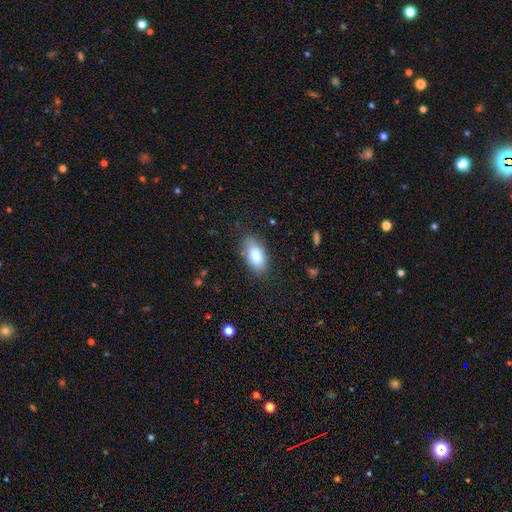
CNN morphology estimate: Overall: smooth (81%). How rounded: in between (92%). Merging: none (78%).